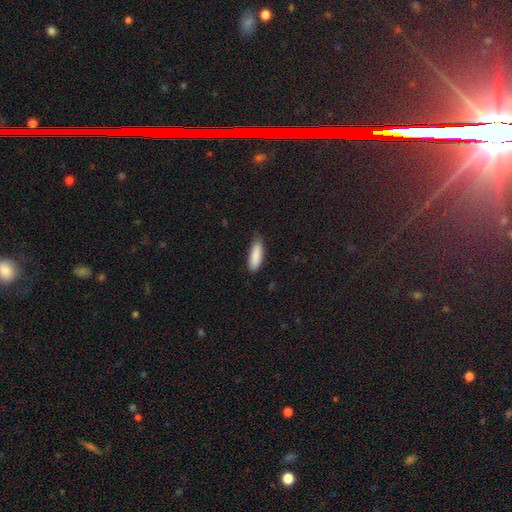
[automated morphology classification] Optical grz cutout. It shows a smooth galaxy with no disk features (88%) that is in between round and cigar-shaped (54%). Merging: none (73%).